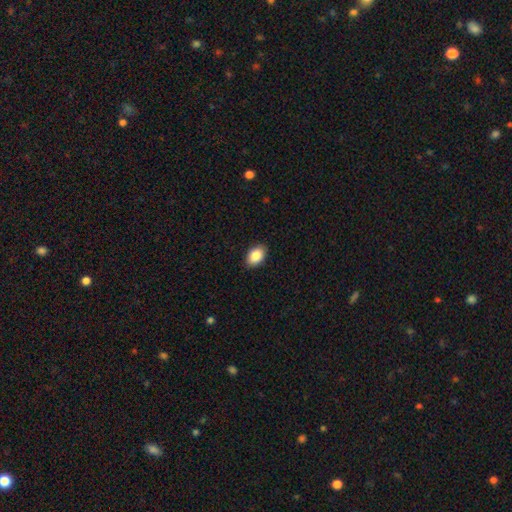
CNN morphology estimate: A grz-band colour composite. It shows a smooth galaxy with no disk features (87%) that is in between round and cigar-shaped (87%). Merging: none (88%).